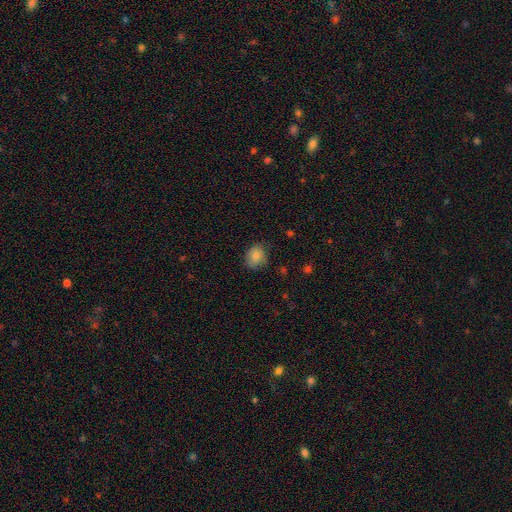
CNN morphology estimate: A smooth galaxy with no disk features (85%) that is round (58%). Merging: none (74%).